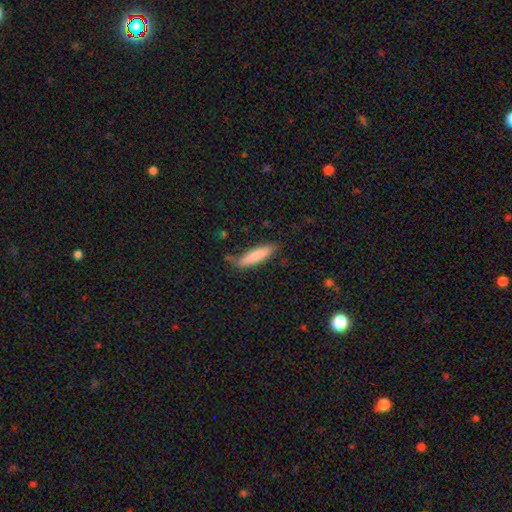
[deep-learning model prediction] smooth-or-featured: smooth: 82% | featured or disk: 12% | star or artifact: 6%
  how-rounded: cigar-shaped: 77% | in between: 22% | round: 1%
  merging: none: 74% | minor disturbance: 18% | major disturbance: 4% | merger: 3%